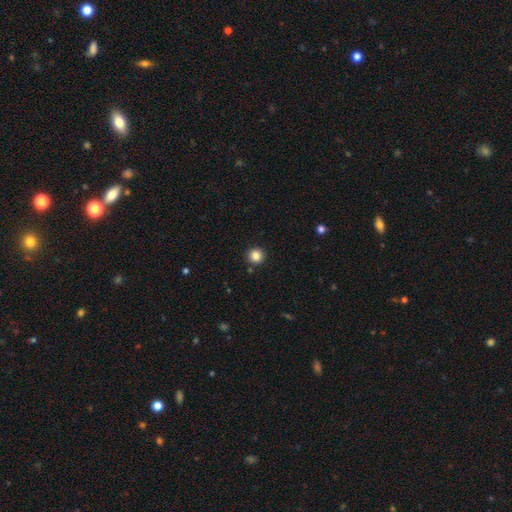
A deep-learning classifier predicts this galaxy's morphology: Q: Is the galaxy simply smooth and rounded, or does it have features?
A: smooth — 85%.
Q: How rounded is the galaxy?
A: round — 95%.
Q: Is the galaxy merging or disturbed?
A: none — 91%.